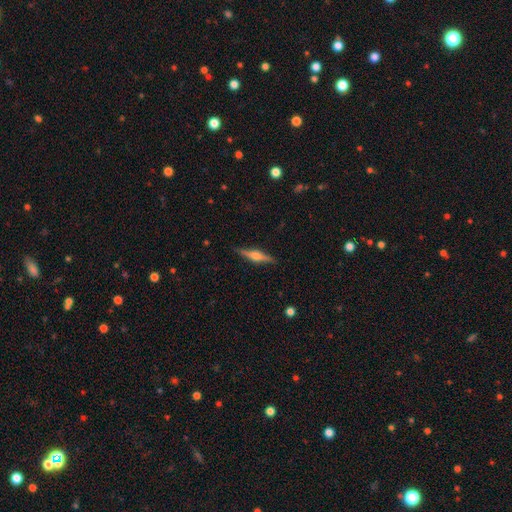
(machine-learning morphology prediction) Overall: featured or disk (73%). Edge-on disk: yes (98%). Edge-on bulge: rounded (89%). Merging: none (89%).